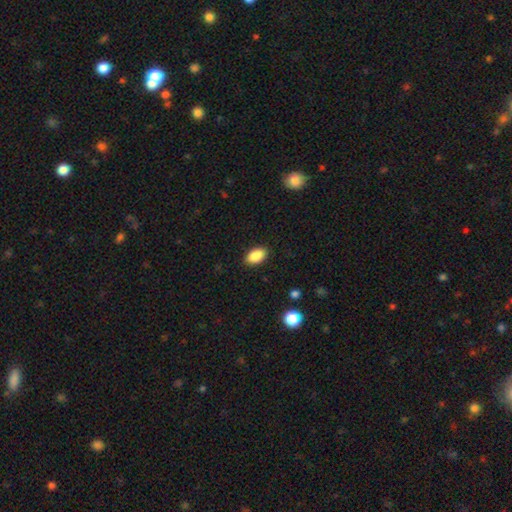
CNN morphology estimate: Overall: smooth (89%). How rounded: in between (91%). Merging: none (89%).